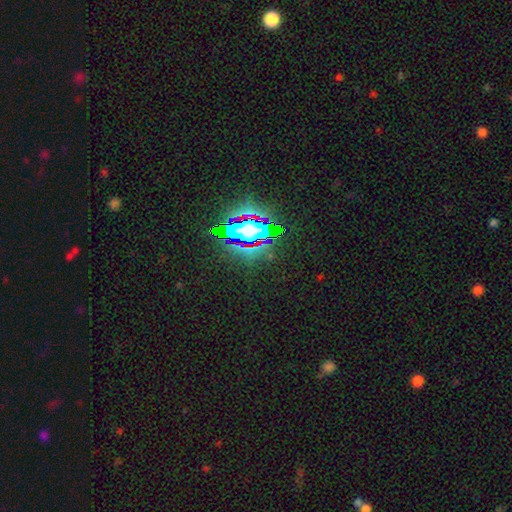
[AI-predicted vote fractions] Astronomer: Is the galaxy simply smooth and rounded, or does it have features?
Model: star or artifact — 83%.